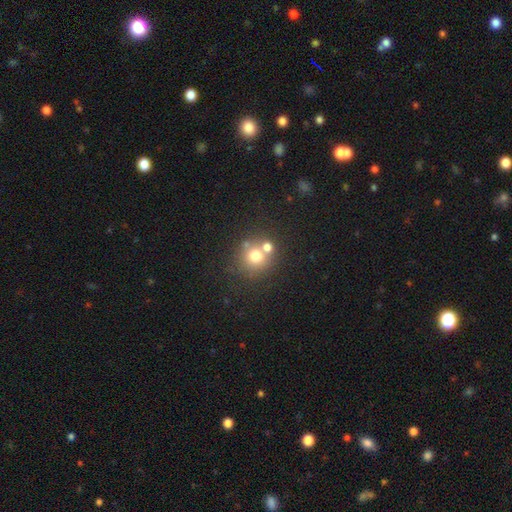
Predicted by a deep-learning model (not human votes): A smooth galaxy with no disk features (70%) that is round (88%).

Vote fractions:
- Smooth or featured? smooth: 70% / star or artifact: 15% / featured or disk: 15%
- How rounded? round: 88% / in between: 11% / cigar-shaped: 1%
- Merging? none: 54% / merger: 35% / minor disturbance: 8% / major disturbance: 4%